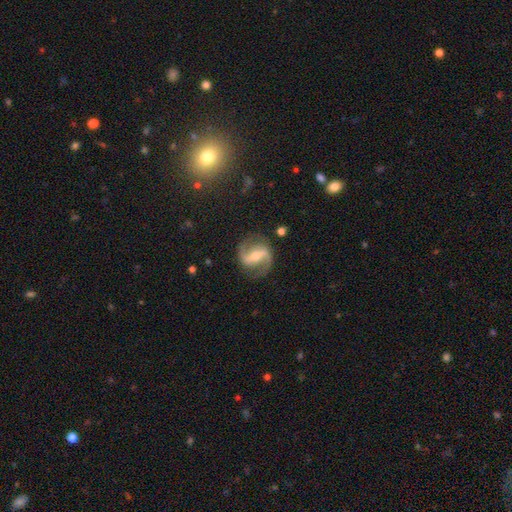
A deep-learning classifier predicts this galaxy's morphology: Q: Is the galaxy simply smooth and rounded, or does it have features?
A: featured or disk — 89%.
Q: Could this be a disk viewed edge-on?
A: no — 97%.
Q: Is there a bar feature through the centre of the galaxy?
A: strong — 57%.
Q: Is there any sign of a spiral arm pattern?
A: yes — 96%.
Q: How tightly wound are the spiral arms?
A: medium — 50%.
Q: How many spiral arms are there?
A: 2 — 93%.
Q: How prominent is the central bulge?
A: moderate — 49%.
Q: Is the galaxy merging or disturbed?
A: none — 83%.